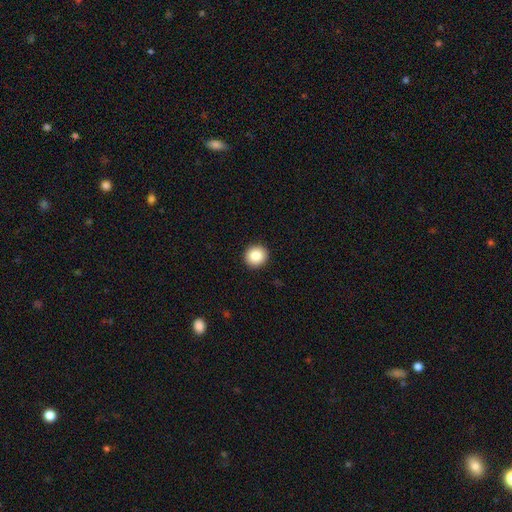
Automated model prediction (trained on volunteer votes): Q: Smooth or featured?
A: smooth (87%); runner-up: star or artifact (8%)
Q: How rounded?
A: round (90%); runner-up: in between (10%)
Q: Merging?
A: none (93%); runner-up: minor disturbance (5%)